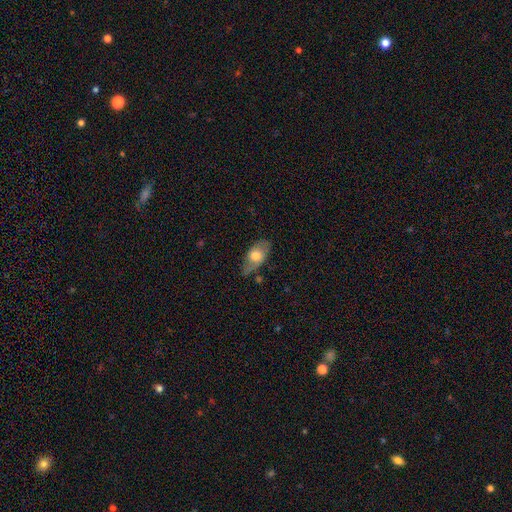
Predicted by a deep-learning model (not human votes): Smooth or featured? Predicted: smooth (p=0.61). How rounded? Predicted: in between (p=0.89). Merging? Predicted: none (p=0.62).